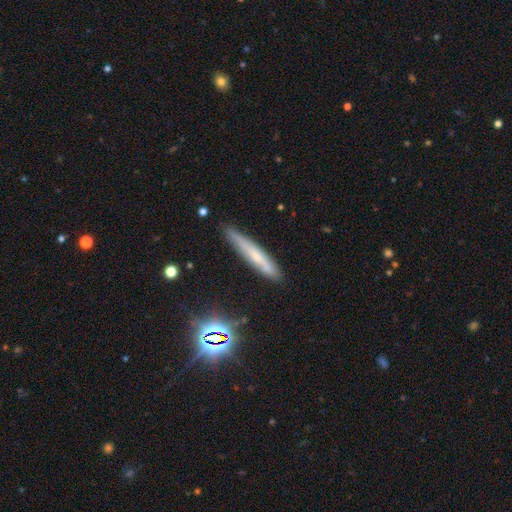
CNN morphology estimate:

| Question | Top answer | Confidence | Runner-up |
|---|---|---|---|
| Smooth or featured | smooth | 46% | featured or disk (41%) |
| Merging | none | 82% | minor disturbance (13%) |